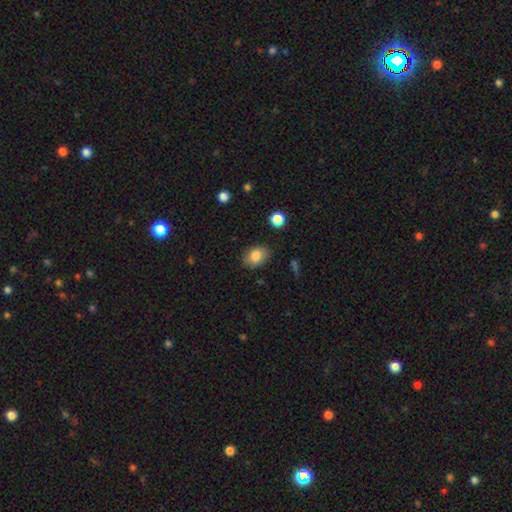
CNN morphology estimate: type=smooth (83%); roundness=in between (72%); merging=none (84%).